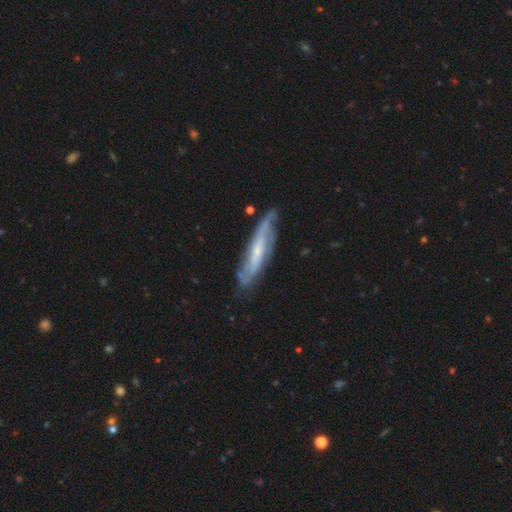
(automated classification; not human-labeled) Morphology: type=featured or disk (72%); edge-on=no (58%); merging=none (76%).